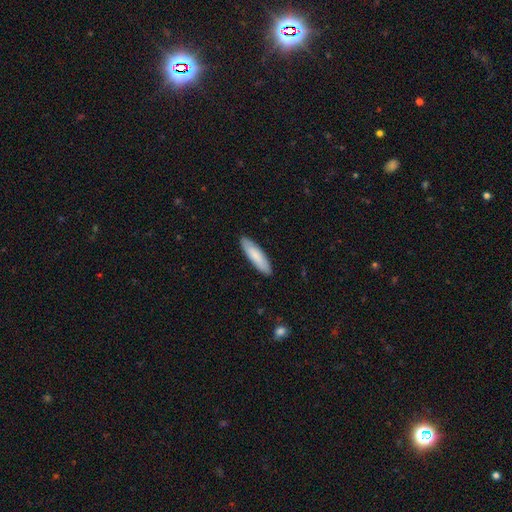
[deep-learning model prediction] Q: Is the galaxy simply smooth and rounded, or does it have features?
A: smooth — 82%.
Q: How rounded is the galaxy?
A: cigar-shaped — 69%.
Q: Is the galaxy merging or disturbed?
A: none — 90%.